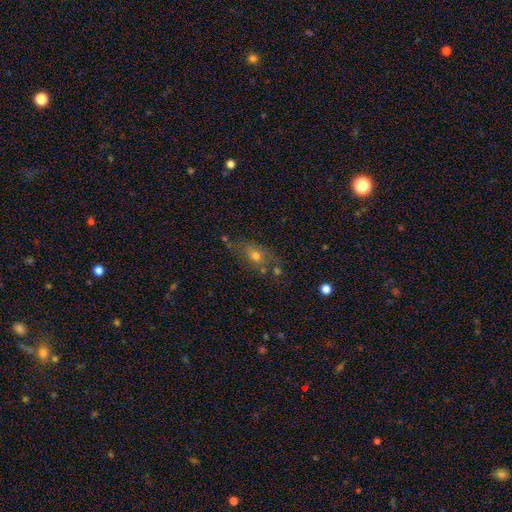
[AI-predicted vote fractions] This is possibly a smooth galaxy (53%). How rounded: likely in between (65%). Merging: possibly none (59%).